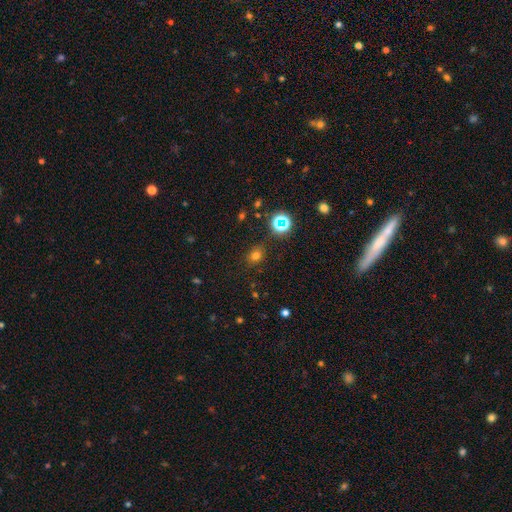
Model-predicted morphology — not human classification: The model was most divided on "how rounded": round: 56%, in between: 43%, cigar-shaped: 1%. More confident: merging — none (83%); smooth or featured — smooth (69%).